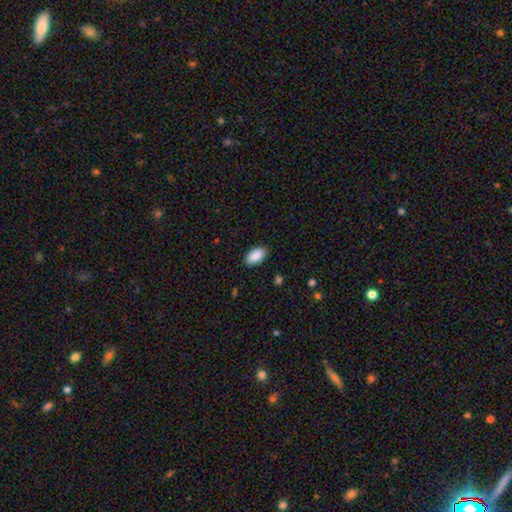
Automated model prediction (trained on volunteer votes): A smooth galaxy with no disk features (90%) that is in between round and cigar-shaped (95%).

Vote fractions:
- Smooth or featured? smooth: 90% / star or artifact: 6% / featured or disk: 3%
- How rounded? in between: 95% / cigar-shaped: 3% / round: 3%
- Merging? none: 88% / minor disturbance: 9% / major disturbance: 2% / merger: 1%